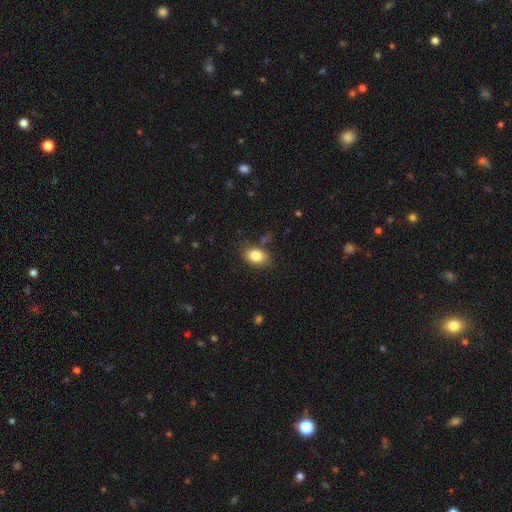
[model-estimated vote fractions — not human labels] smooth-or-featured: smooth: 83% | featured or disk: 9% | star or artifact: 8%
  how-rounded: in between: 82% | round: 17% | cigar-shaped: 1%
  merging: none: 78% | minor disturbance: 15% | major disturbance: 4% | merger: 4%